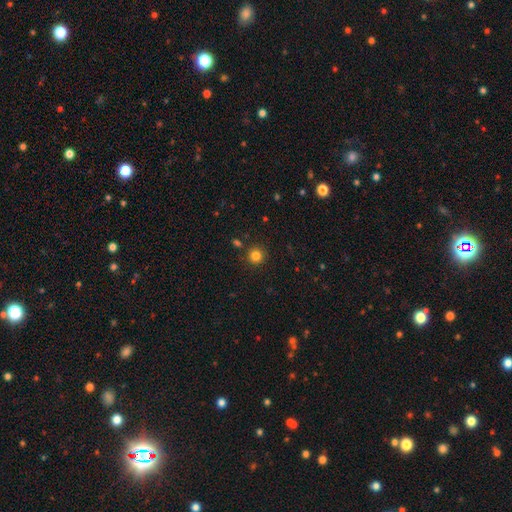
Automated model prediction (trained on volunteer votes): Smooth or featured? Predicted: smooth (p=0.83). How rounded? Predicted: round (p=0.94). Merging? Predicted: none (p=0.88).